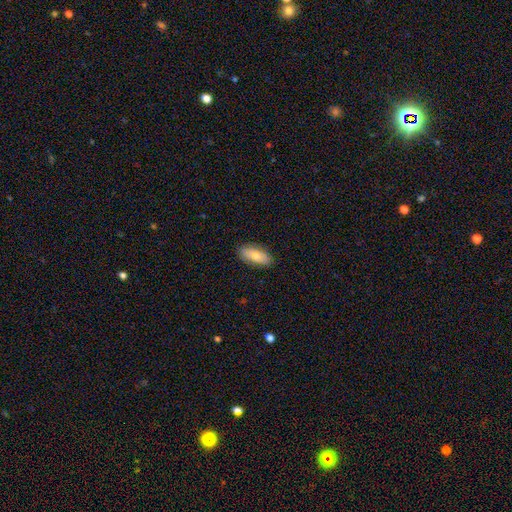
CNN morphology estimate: The model was most divided on "smooth or featured": smooth: 76%, featured or disk: 18%, star or artifact: 6%. More confident: merging — none (87%); how rounded — in between (86%).